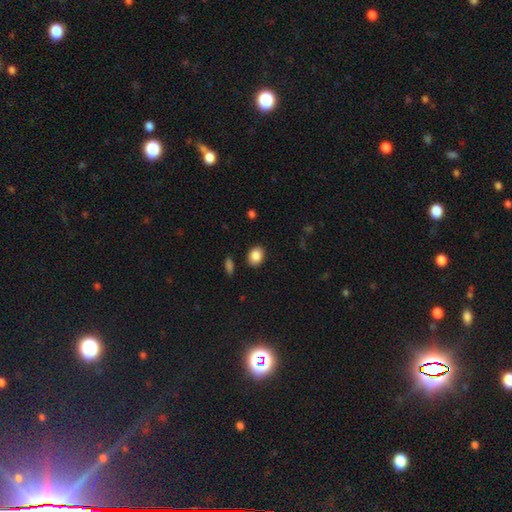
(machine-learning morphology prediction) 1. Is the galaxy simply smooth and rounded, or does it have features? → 87% smooth, 9% star or artifact, 5% featured or disk.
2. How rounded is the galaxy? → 62% in between, 37% round, 1% cigar-shaped.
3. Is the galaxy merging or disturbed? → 87% none, 8% minor disturbance, 2% major disturbance, 2% merger.